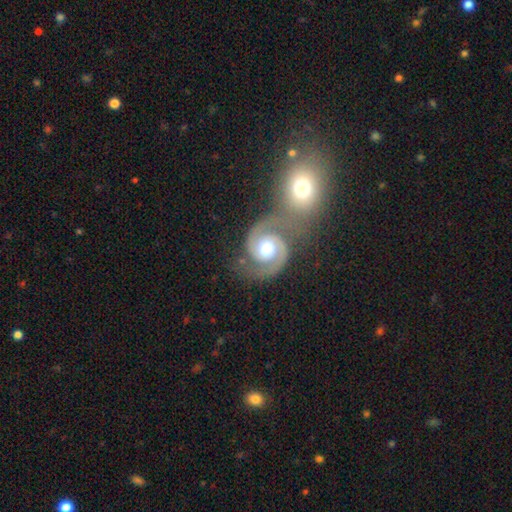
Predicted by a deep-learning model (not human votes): Smooth or featured: featured or disk — 85% (smooth — 8%)
Edge-on disk: no — 98% (yes — 2%)
Bar: no — 60% (weak — 29%)
Spiral arms: yes — 95% (no — 5%)
Spiral winding: medium — 53% (tight — 37%)
Spiral arm count: 2 — 92% (can't tell — 3%)
Bulge size: moderate — 72% (small — 14%)
Merging: none — 48% (merger — 36%)